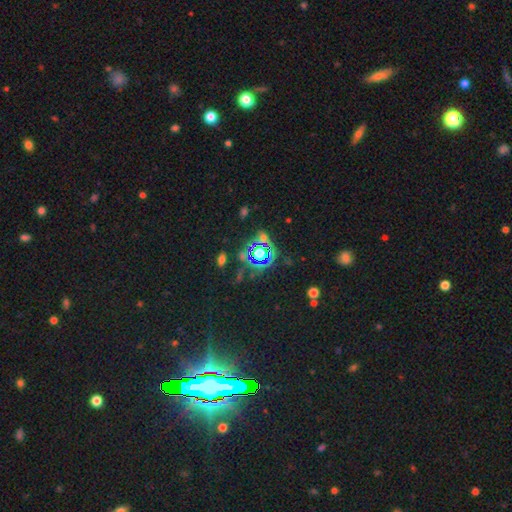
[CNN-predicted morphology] Smooth or featured? Predicted: star or artifact (p=0.66).